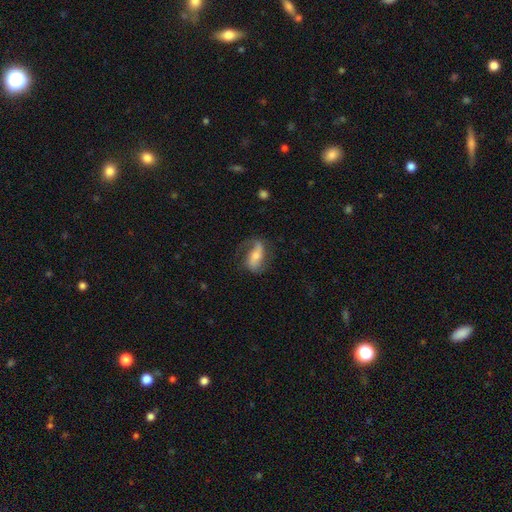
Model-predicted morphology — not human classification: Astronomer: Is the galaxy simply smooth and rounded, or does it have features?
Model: featured or disk — 69%.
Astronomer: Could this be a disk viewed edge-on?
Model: no — 92%.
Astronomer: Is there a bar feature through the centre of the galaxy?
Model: strong — 40% (runner-up: weak, 31%).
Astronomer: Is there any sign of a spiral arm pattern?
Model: yes — 90%.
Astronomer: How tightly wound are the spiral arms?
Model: loose — 53% (runner-up: medium, 33%).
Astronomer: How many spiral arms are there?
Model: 2 — 77%.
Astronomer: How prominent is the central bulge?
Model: moderate — 50% (runner-up: small, 38%).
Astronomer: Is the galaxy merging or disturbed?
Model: none — 65%.